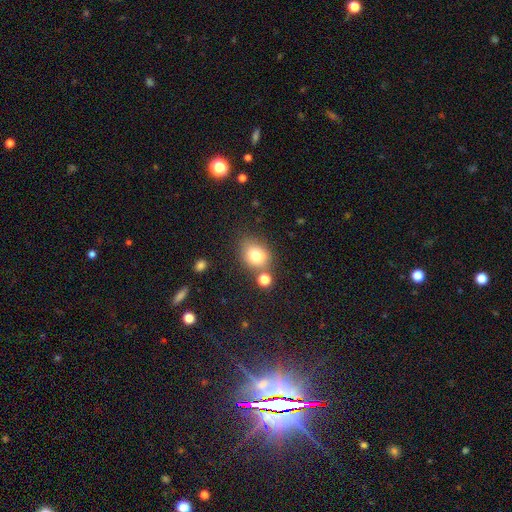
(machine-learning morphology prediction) smooth 77%, star or artifact 12%, featured or disk 11%. Down the decision tree: how rounded — round (60%); merging — none (64%).